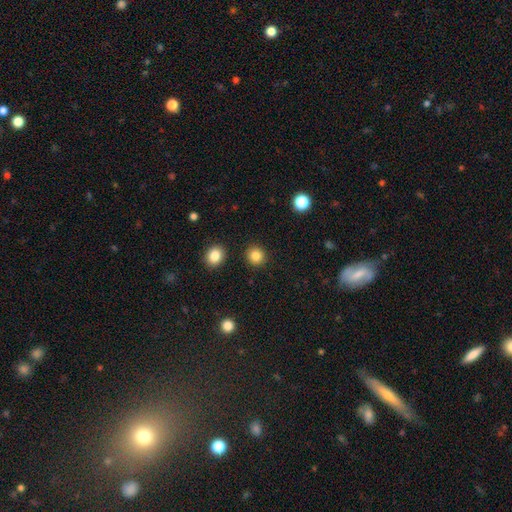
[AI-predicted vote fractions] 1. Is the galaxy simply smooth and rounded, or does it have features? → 85% smooth, 11% star or artifact, 4% featured or disk.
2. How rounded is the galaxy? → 89% round, 10% in between, 1% cigar-shaped.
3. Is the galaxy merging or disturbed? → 91% none, 5% minor disturbance, 2% merger, 2% major disturbance.